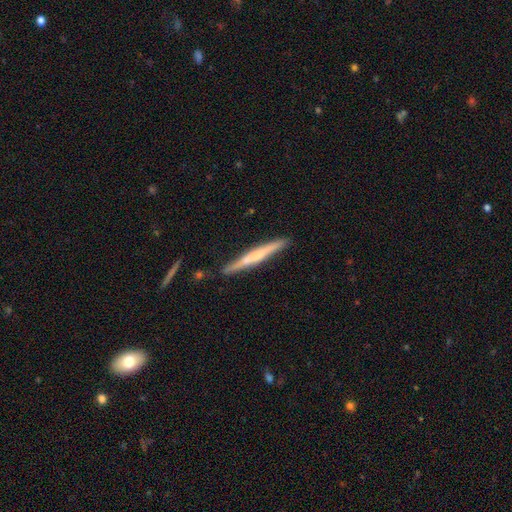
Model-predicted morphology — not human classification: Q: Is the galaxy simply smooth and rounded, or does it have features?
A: featured or disk — 51%.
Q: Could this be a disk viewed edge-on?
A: yes — 96%.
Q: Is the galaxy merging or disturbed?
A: none — 87%.